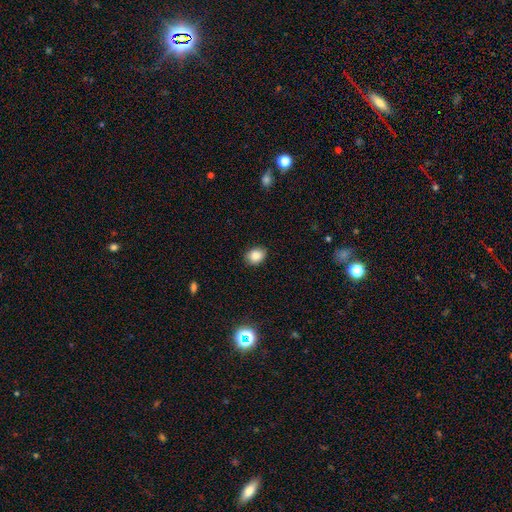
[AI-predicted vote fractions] Smooth or featured: smooth — 86% (star or artifact — 9%)
How rounded: in between — 53% (round — 46%)
Merging: none — 86% (minor disturbance — 11%)